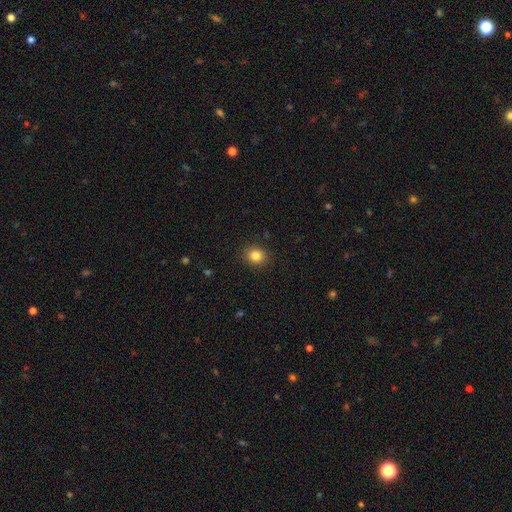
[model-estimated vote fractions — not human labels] Smooth or featured? Predicted: smooth (p=0.85). How rounded? Predicted: round (p=0.73). Merging? Predicted: none (p=0.90).